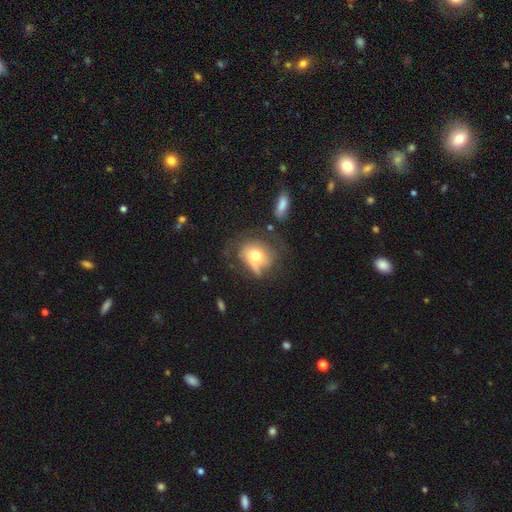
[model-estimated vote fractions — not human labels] A smooth galaxy with no disk features (64%) that is round (64%). Merging: none (42%).